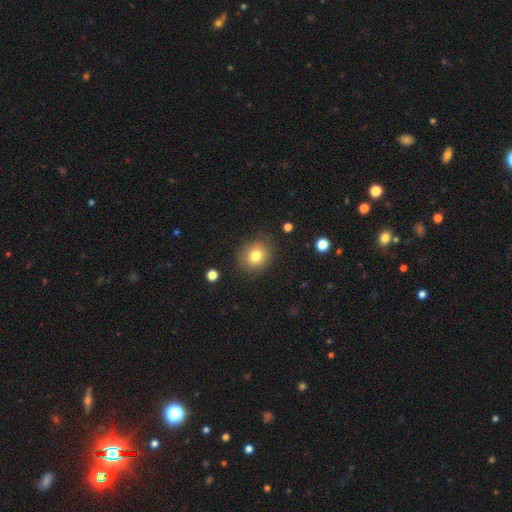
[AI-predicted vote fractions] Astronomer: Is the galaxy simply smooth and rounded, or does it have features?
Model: smooth — 79%.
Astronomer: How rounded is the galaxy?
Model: round — 77%.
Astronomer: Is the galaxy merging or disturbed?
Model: none — 84%.